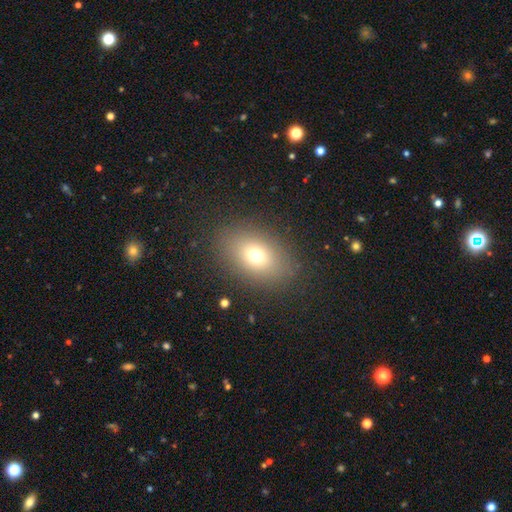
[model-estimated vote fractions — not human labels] This is likely a smooth galaxy (71%). How rounded: likely in between (75%). Merging: clearly none (86%).